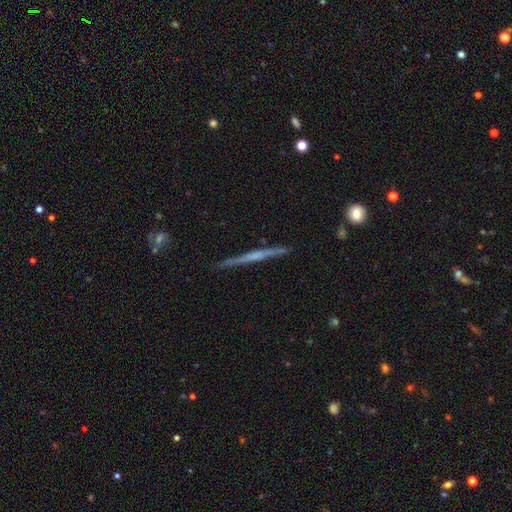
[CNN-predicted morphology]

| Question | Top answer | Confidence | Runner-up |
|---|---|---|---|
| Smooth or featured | featured or disk | 69% | smooth (24%) |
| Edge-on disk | yes | 98% | no (2%) |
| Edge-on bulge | none | 60% | rounded (28%) |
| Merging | none | 89% | minor disturbance (8%) |